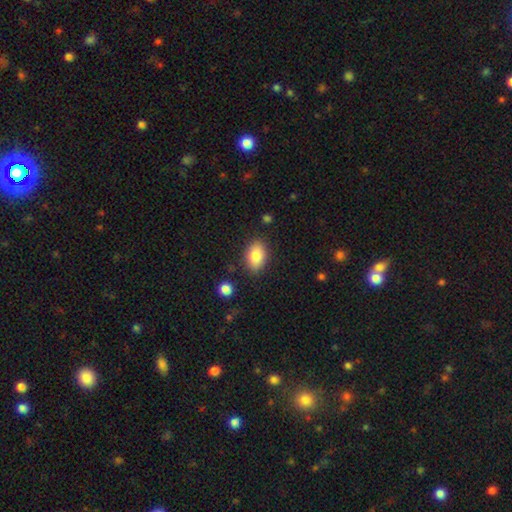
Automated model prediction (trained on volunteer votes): smooth_or_featured: smooth (p=0.83) [alt: featured or disk p=0.09]
how_rounded: in between (p=0.86) [alt: round p=0.12]
merging: none (p=0.84) [alt: minor disturbance p=0.11]